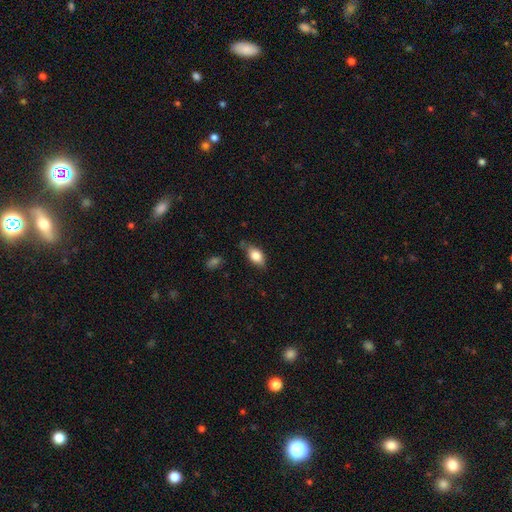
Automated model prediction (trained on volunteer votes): A smooth galaxy with no disk features (79%) that is in between round and cigar-shaped (87%).

Vote fractions:
- Smooth or featured? smooth: 79% / featured or disk: 14% / star or artifact: 7%
- How rounded? in between: 87% / round: 8% / cigar-shaped: 5%
- Merging? none: 67% / minor disturbance: 25% / major disturbance: 5% / merger: 3%